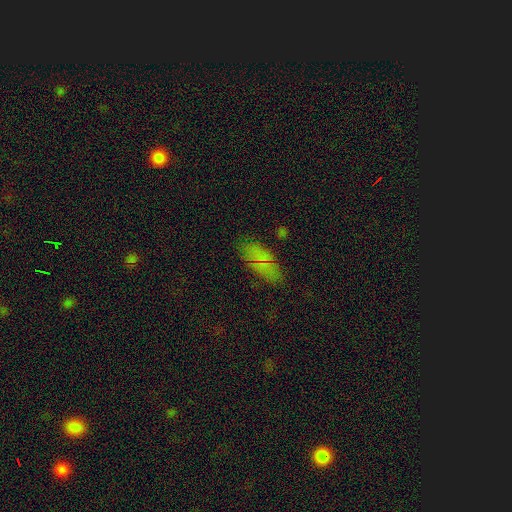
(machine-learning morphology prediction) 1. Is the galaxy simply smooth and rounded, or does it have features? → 64% smooth, 19% star or artifact, 17% featured or disk.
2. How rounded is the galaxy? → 71% in between, 25% cigar-shaped, 4% round.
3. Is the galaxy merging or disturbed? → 77% none, 15% minor disturbance, 6% major disturbance, 3% merger.